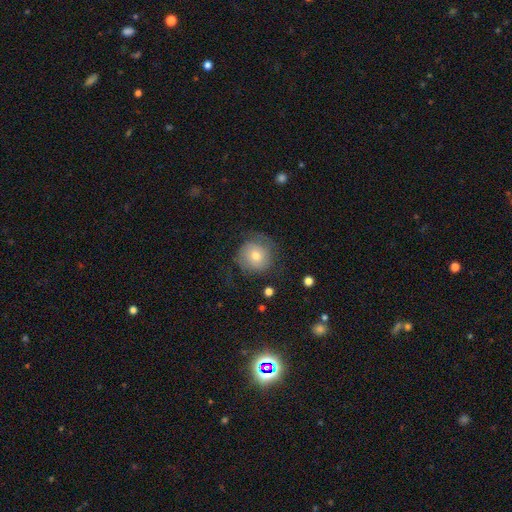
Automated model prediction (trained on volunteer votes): This appears to be a smooth galaxy with no disk features (49%). Merging: none (62%).